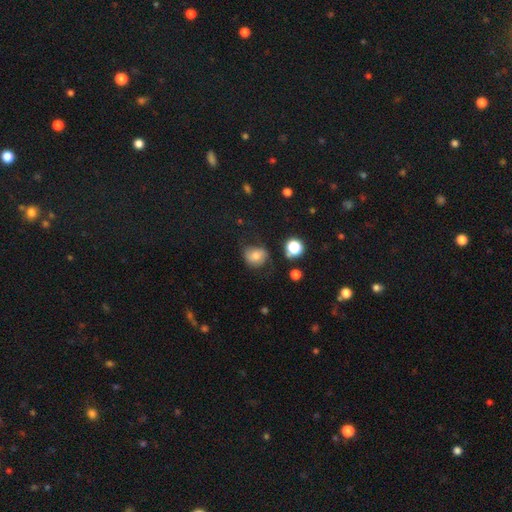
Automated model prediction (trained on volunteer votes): This is likely a smooth galaxy (68%). How rounded: likely round (69%). Merging: possibly none (58%).